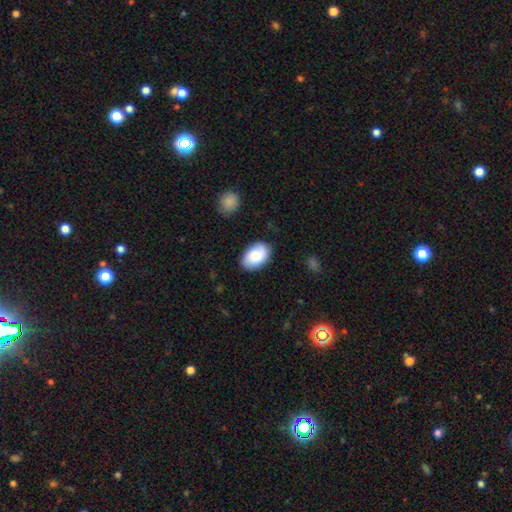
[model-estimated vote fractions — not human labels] Smooth or featured? Predicted: smooth (p=0.78). How rounded? Predicted: in between (p=0.89). Merging? Predicted: none (p=0.84).